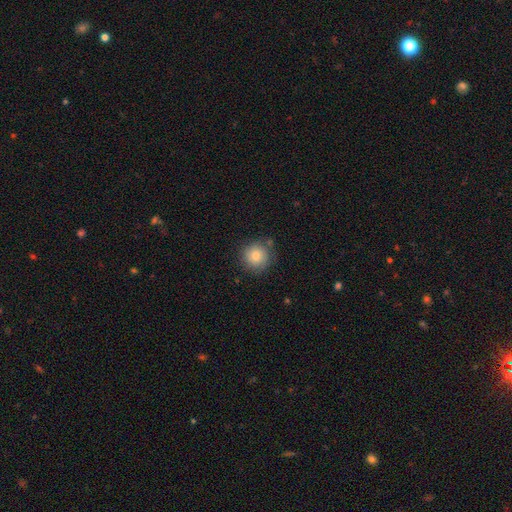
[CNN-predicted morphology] A smooth galaxy with no disk features (77%) that is round (93%). Merging: none (78%).